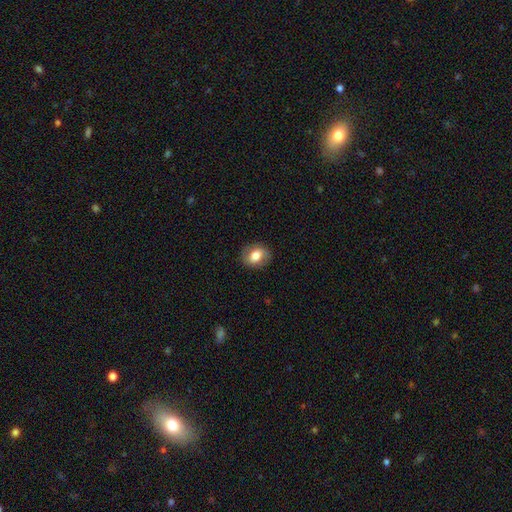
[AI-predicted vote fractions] Smooth or featured: smooth — 68% (featured or disk — 24%)
How rounded: in between — 53% (round — 46%)
Merging: none — 84% (minor disturbance — 11%)